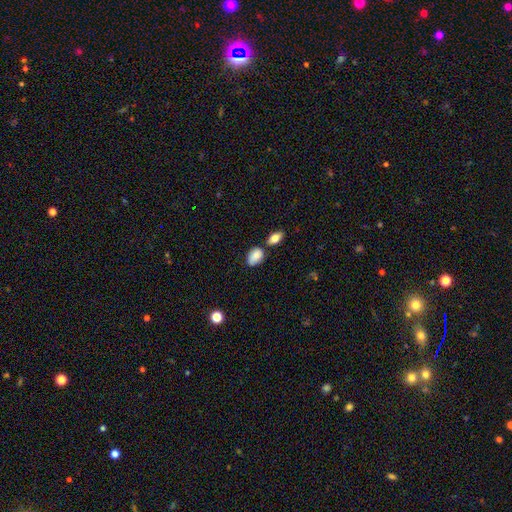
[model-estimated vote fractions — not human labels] Overall: smooth (83%). How rounded: in between (83%). Merging: none (58%; minor disturbance 23%).